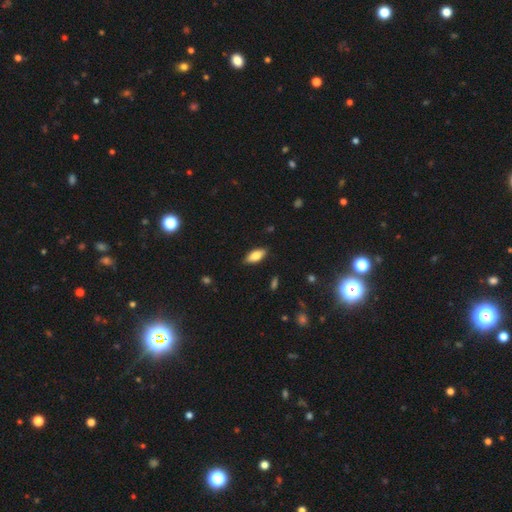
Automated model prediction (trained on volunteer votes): A smooth galaxy with no disk features (75%) that is in between round and cigar-shaped (83%). Merging: none (87%).